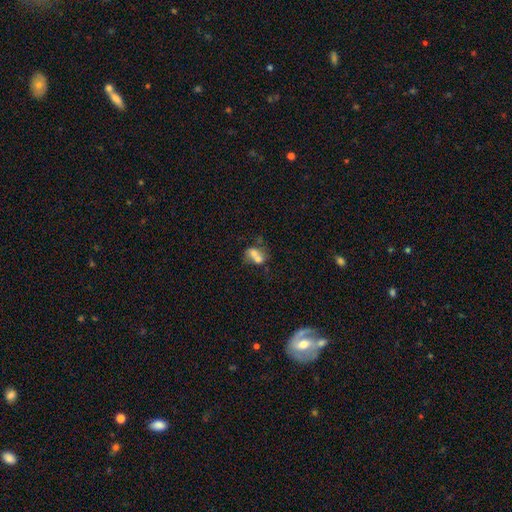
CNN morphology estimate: Smooth or featured? smooth (59%)
How rounded? in between (59%)
Merging? merger (62%)